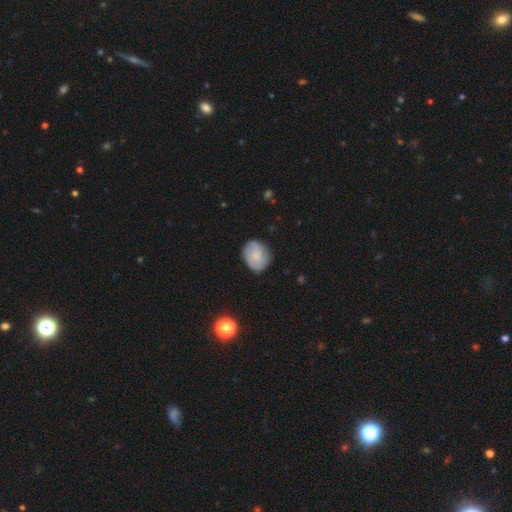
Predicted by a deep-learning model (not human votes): This is likely a smooth galaxy (66%). How rounded: possibly round (54%). Merging: likely none (80%).